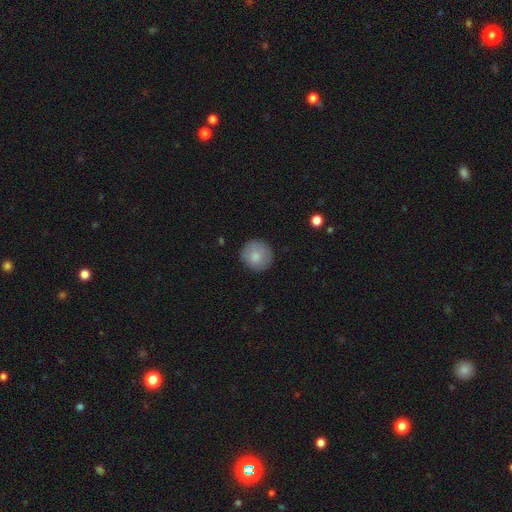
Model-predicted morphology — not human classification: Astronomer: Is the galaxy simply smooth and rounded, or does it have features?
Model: smooth — 83%.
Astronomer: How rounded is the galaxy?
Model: round — 93%.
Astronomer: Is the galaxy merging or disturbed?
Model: none — 88%.